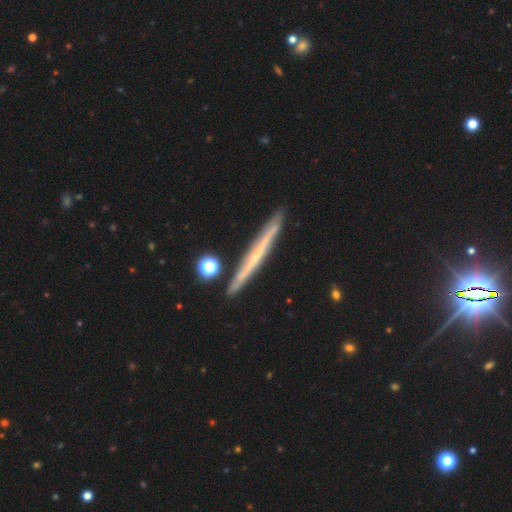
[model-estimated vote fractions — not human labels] This is likely a featured or disk galaxy (67%). It is clearly viewed edge-on (96%). Edge-on bulge: likely none (64%). Merging: clearly none (88%).